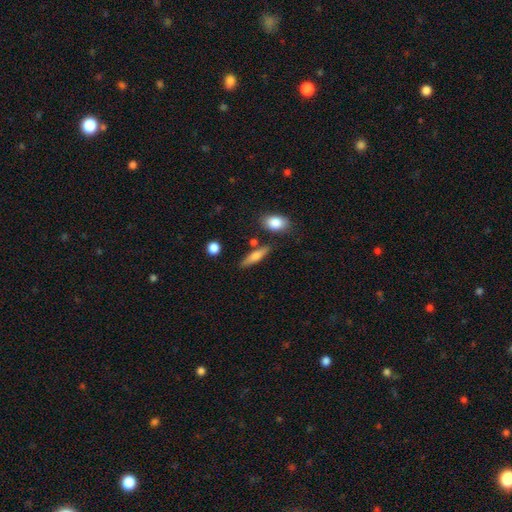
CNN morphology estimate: A smooth galaxy with no disk features (65%) that is cigar-shaped (68%). Merging: none (78%).